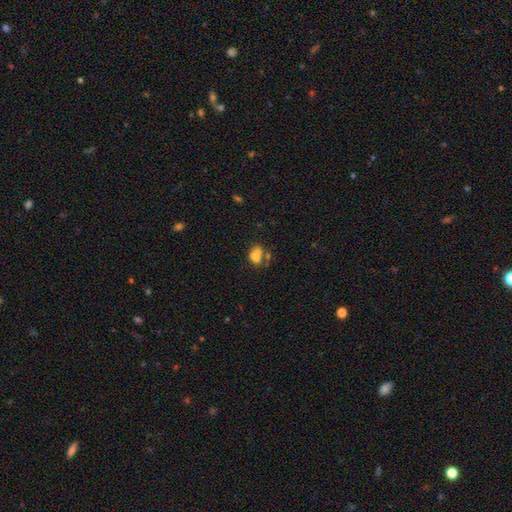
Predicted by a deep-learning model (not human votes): The model was most divided on "merging": merger: 47%, none: 27%, minor disturbance: 13%, major disturbance: 12%. More confident: how rounded — in between (67%); smooth or featured — smooth (65%).